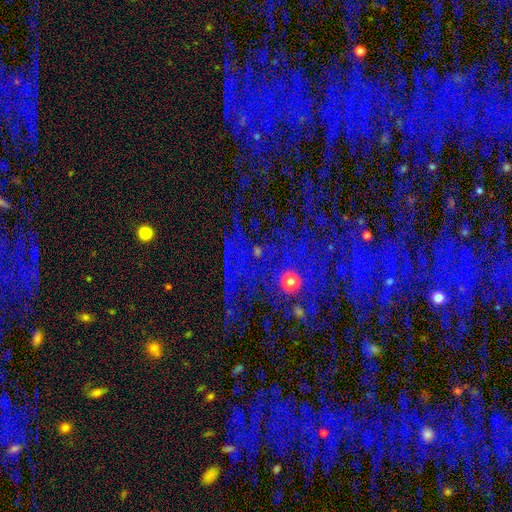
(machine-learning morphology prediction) A star or artifact, not a galaxy (76%).

Vote fractions:
- Smooth or featured? star or artifact: 76% / smooth: 14% / featured or disk: 10%